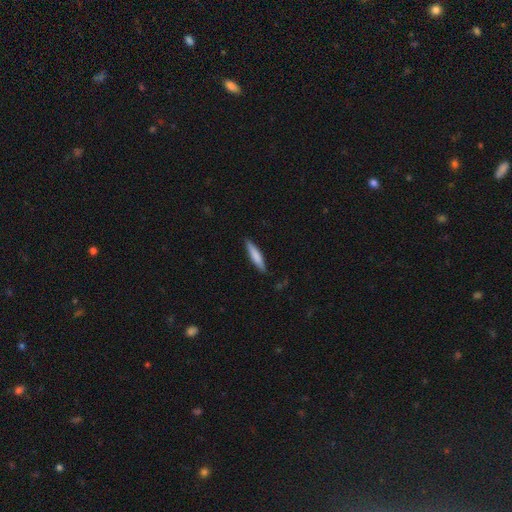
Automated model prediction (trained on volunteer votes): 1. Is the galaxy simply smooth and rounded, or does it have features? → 77% smooth, 18% featured or disk, 5% star or artifact.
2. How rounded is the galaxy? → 85% cigar-shaped, 14% in between, 1% round.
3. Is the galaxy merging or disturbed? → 86% none, 11% minor disturbance, 2% major disturbance, 1% merger.